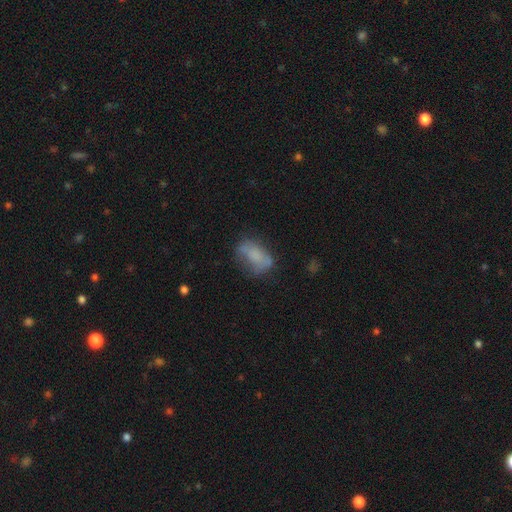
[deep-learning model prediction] The model was most divided on "merging": none: 47%, minor disturbance: 29%, major disturbance: 19%, merger: 6%. More confident: how rounded — in between (86%); smooth or featured — smooth (61%).